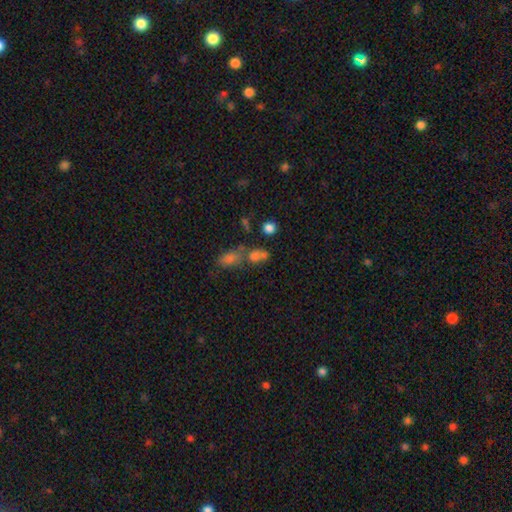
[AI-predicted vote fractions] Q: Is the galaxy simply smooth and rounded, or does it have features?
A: smooth — 63%.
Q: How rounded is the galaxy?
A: in between — 54%.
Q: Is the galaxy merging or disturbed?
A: merger — 48%.